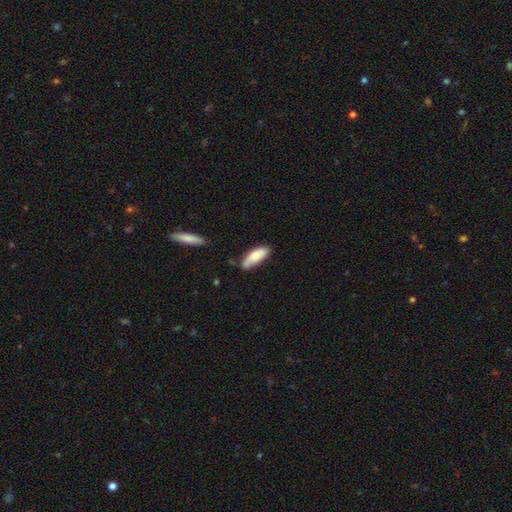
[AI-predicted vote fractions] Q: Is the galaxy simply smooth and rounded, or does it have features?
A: smooth — 78%.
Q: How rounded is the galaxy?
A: in between — 73%.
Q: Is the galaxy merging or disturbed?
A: none — 60%.